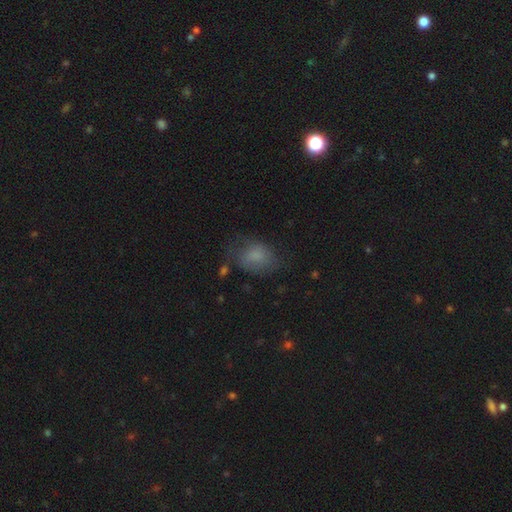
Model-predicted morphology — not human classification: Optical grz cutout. It shows a smooth galaxy with no disk features (71%) that is in between round and cigar-shaped (67%). Merging: none (52%).